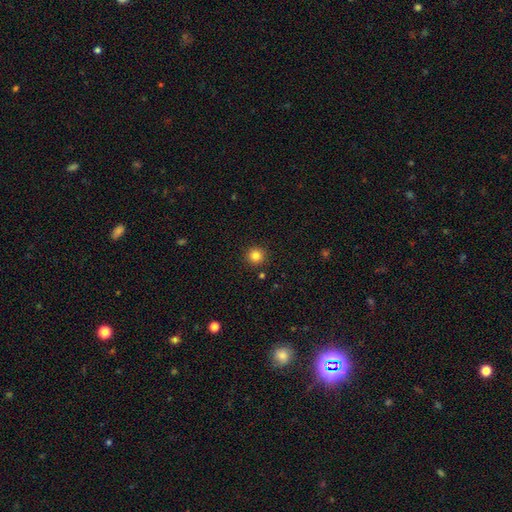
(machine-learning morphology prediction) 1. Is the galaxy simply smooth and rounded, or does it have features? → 83% smooth, 12% star or artifact, 5% featured or disk.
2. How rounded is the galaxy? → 95% round, 4% in between, 1% cigar-shaped.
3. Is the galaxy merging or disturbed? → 91% none, 5% minor disturbance, 2% merger, 2% major disturbance.